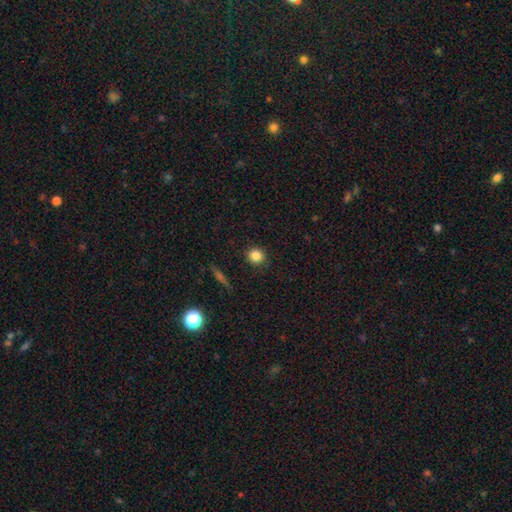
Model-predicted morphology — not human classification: Overall: smooth (83%). How rounded: round (92%). Merging: none (90%).